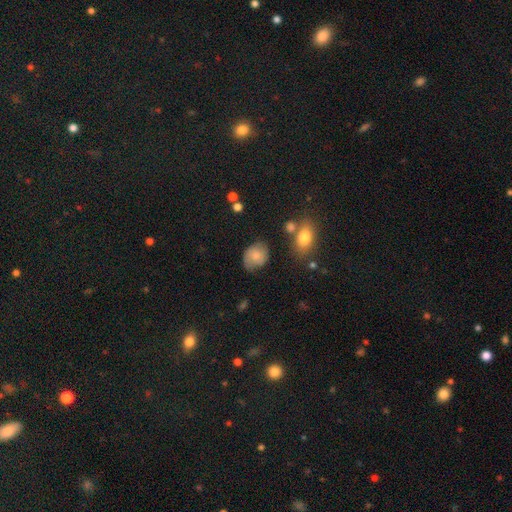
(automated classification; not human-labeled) Smooth or featured: smooth — 73% (featured or disk — 18%)
How rounded: in between — 51% (round — 48%)
Merging: none — 63% (minor disturbance — 26%)